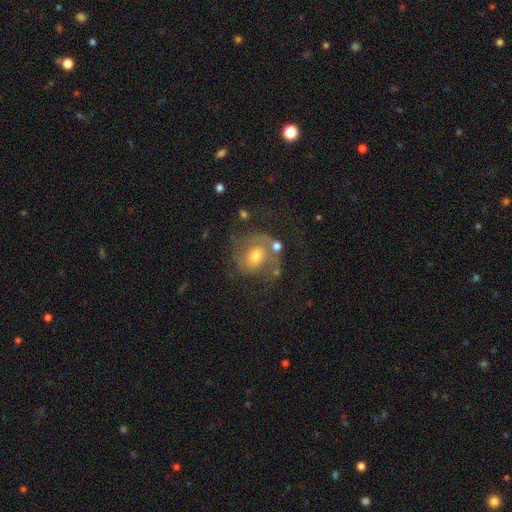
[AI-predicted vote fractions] Smooth or featured? Predicted: featured or disk (p=0.66). Edge-on disk? Predicted: no (p=0.97). Bar? Predicted: no (p=0.66). Spiral arms? Predicted: yes (p=0.84). Spiral winding? Predicted: medium (p=0.45). Spiral arm count? Predicted: 2 (p=0.58). Bulge size? Predicted: moderate (p=0.64). Merging? Predicted: none (p=0.53).